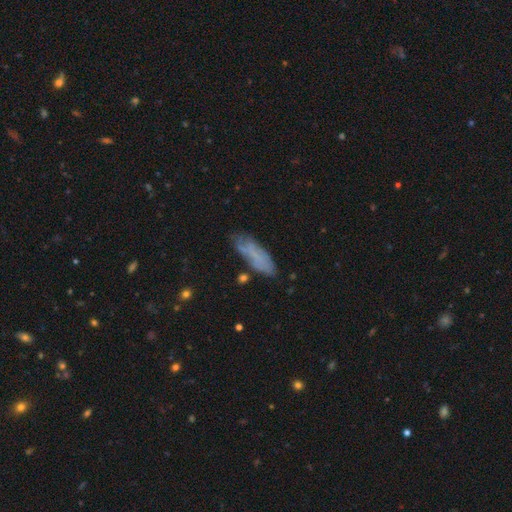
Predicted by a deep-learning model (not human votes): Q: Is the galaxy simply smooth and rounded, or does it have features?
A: smooth — 61%.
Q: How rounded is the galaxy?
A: cigar-shaped — 50%.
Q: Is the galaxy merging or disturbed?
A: none — 62%.